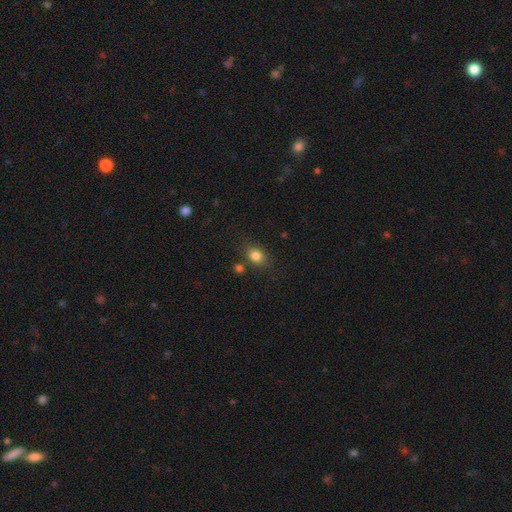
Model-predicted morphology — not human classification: Smooth or featured? Predicted: smooth (p=0.82). How rounded? Predicted: in between (p=0.55). Merging? Predicted: none (p=0.76).